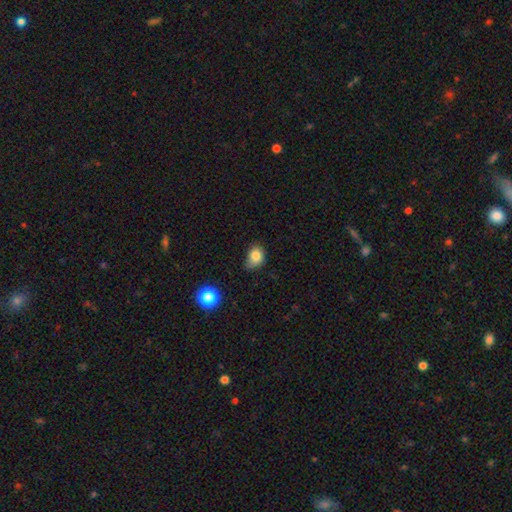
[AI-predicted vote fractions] smooth_or_featured: smooth (p=0.81) [alt: star or artifact p=0.11]
how_rounded: in between (p=0.55) [alt: round p=0.44]
merging: none (p=0.45) [alt: minor disturbance p=0.41]